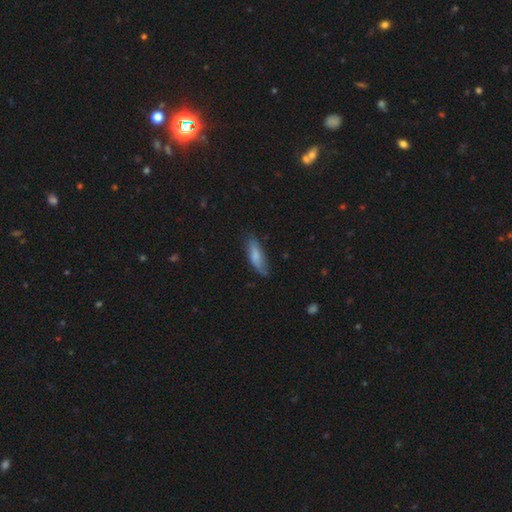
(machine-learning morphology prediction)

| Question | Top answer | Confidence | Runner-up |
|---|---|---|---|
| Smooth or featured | smooth | 73% | featured or disk (21%) |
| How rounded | in between | 57% | cigar-shaped (41%) |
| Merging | none | 68% | minor disturbance (25%) |